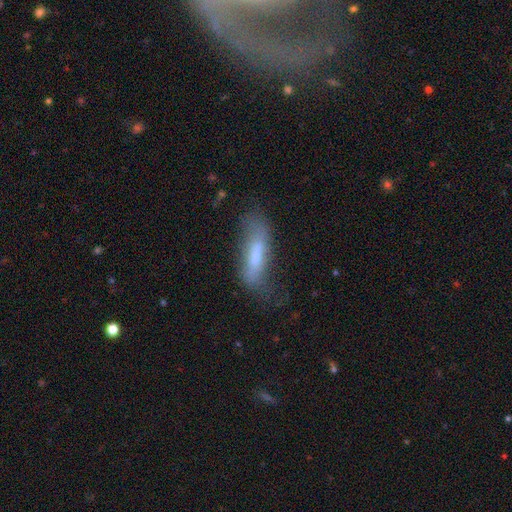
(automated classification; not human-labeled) smooth 55%, featured or disk 36%, star or artifact 9%. Down the decision tree: how rounded — cigar-shaped (60%); merging — none (48%).